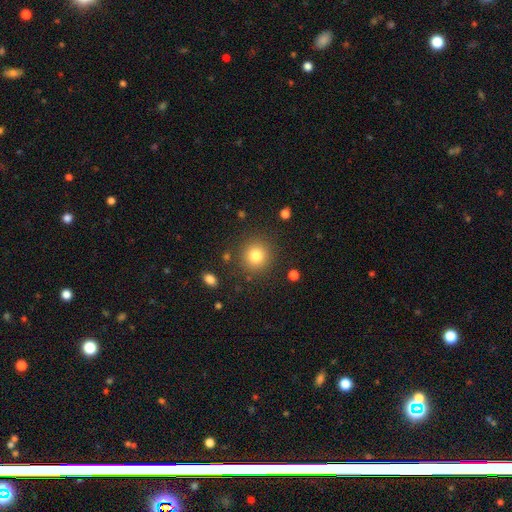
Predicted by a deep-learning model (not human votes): This is clearly a smooth galaxy (81%). How rounded: clearly round (92%). Merging: clearly none (88%).